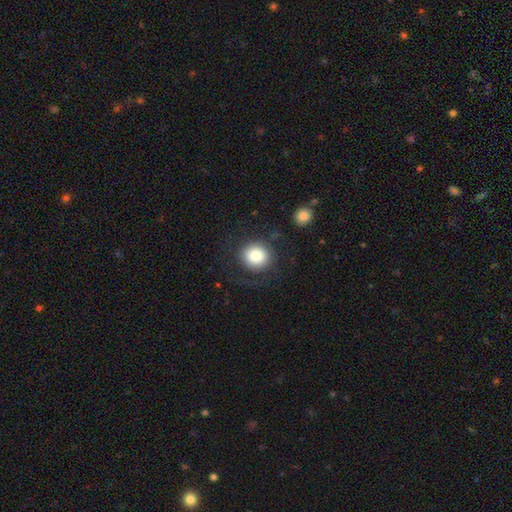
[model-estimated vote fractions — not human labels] A smooth galaxy with no disk features (82%) that is round (90%).

Vote fractions:
- Smooth or featured? smooth: 82% / featured or disk: 9% / star or artifact: 9%
- How rounded? round: 90% / in between: 9% / cigar-shaped: 1%
- Merging? none: 78% / minor disturbance: 11% / major disturbance: 9% / merger: 2%